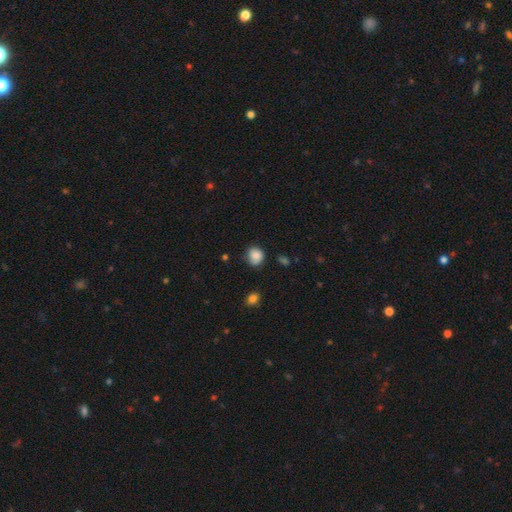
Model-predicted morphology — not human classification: Smooth or featured: smooth — 85% (star or artifact — 9%)
How rounded: round — 71% (in between — 28%)
Merging: none — 69% (minor disturbance — 24%)